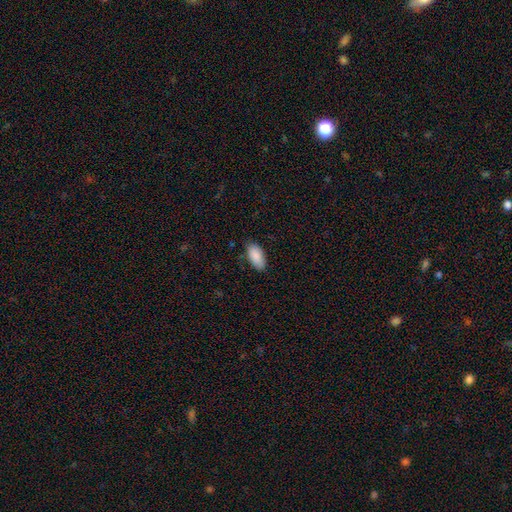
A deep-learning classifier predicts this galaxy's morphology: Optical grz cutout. It shows a smooth galaxy with no disk features (89%) that is in between round and cigar-shaped (93%). Merging: none (80%).